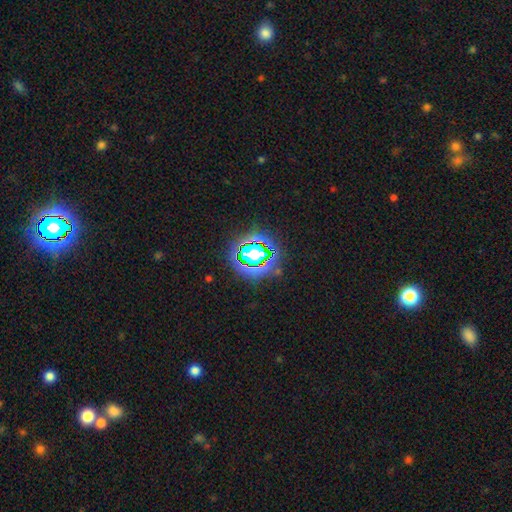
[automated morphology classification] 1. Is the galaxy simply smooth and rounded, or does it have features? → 61% star or artifact, 26% smooth, 13% featured or disk.